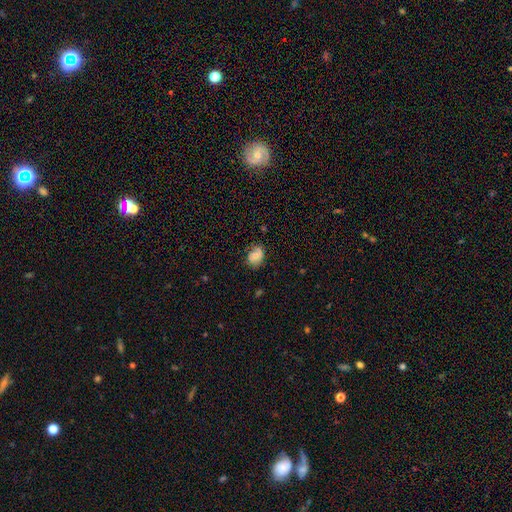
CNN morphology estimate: This appears to be a smooth galaxy with no disk features (61%) that is in between round and cigar-shaped (52%). Merging: none (66%).